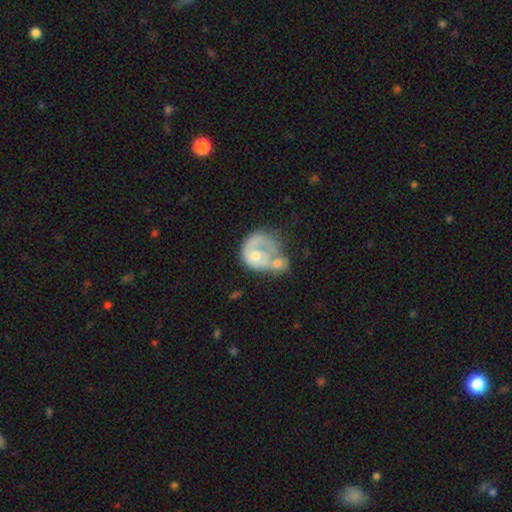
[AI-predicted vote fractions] smooth_or_featured: featured or disk (p=0.64) [alt: smooth p=0.30]
disk_edge_on: no (p=0.98) [alt: yes p=0.02]
bar: no (p=0.83) [alt: weak p=0.14]
has_spiral_arms: yes (p=0.58) [alt: no p=0.42]
bulge_size: moderate (p=0.61) [alt: small p=0.28]
merging: merger (p=0.47) [alt: major disturbance p=0.21]